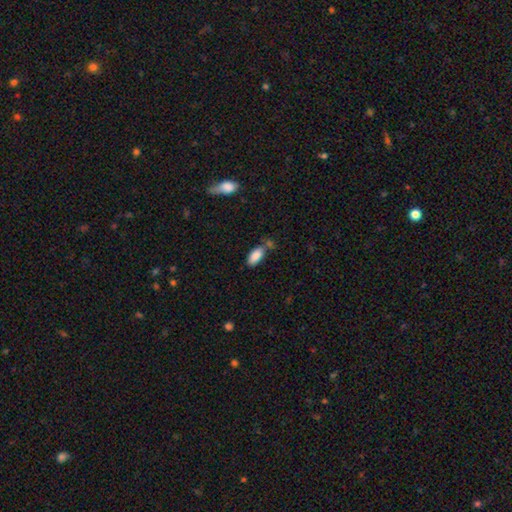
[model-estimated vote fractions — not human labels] Smooth or featured: smooth — 87% (star or artifact — 8%)
How rounded: in between — 91% (cigar-shaped — 7%)
Merging: none — 53% (merger — 20%)